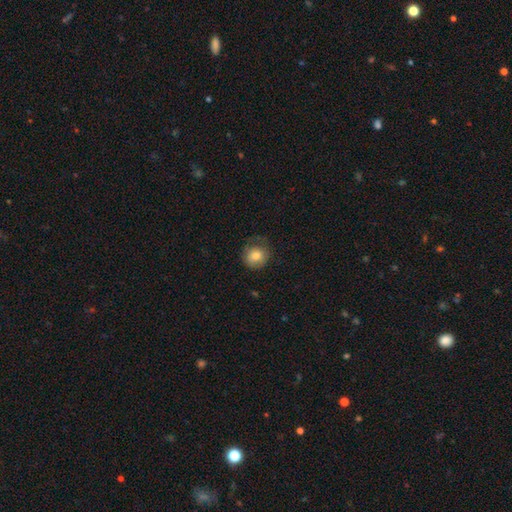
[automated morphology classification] smooth-or-featured: smooth: 80% | featured or disk: 11% | star or artifact: 9%
  how-rounded: round: 85% | in between: 14% | cigar-shaped: 1%
  merging: none: 69% | minor disturbance: 22% | major disturbance: 8% | merger: 1%